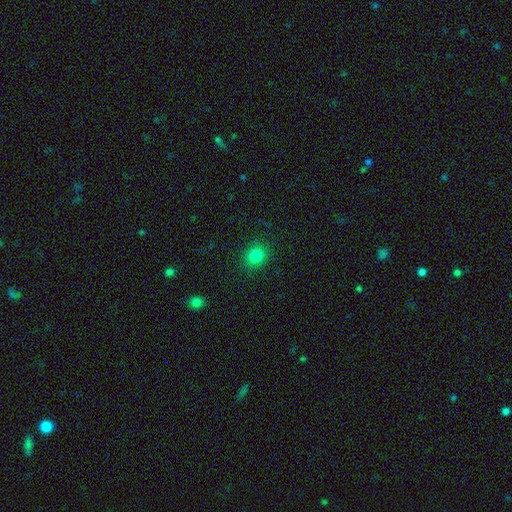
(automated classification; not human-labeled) This is clearly a smooth galaxy (82%). How rounded: likely round (75%). Merging: clearly none (88%).